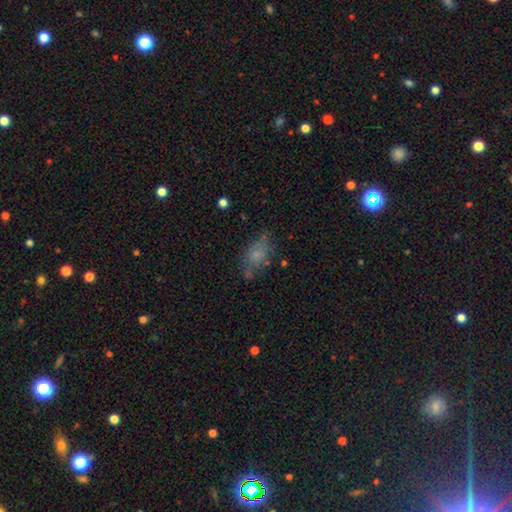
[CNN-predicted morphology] Smooth or featured? Predicted: smooth (p=0.54). How rounded? Predicted: in between (p=0.80). Merging? Predicted: none (p=0.62).